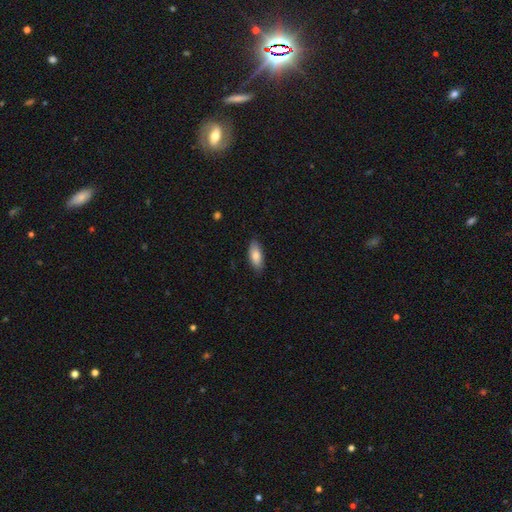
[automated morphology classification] Overall: smooth (81%). How rounded: in between (82%). Merging: none (86%).